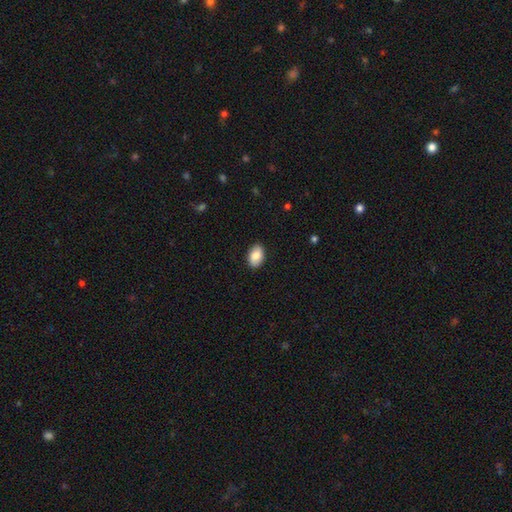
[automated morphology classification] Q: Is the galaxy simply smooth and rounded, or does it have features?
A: smooth — 82%.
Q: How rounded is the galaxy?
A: in between — 90%.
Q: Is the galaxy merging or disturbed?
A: none — 88%.